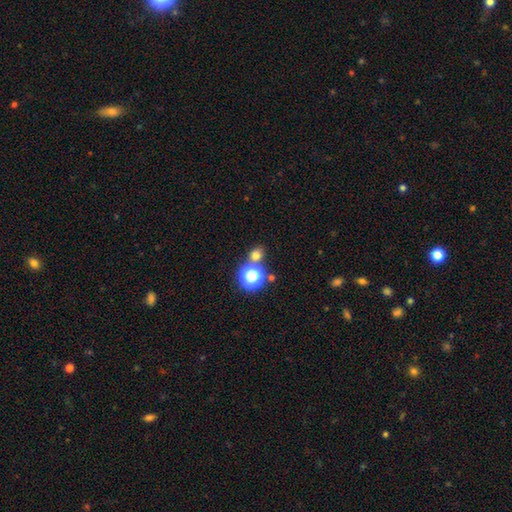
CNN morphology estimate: Smooth or featured: smooth — 69% (star or artifact — 24%)
How rounded: round — 77% (in between — 22%)
Merging: none — 71% (merger — 18%)